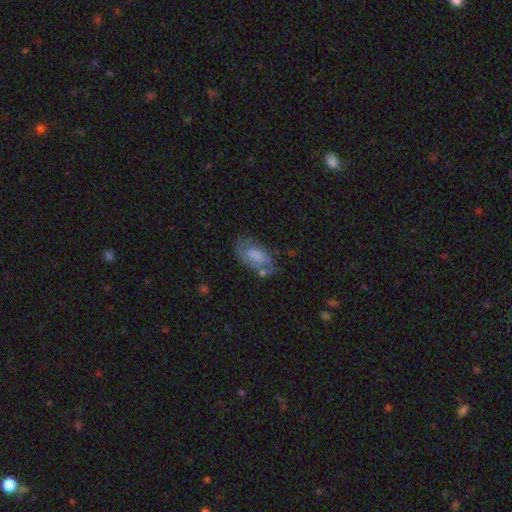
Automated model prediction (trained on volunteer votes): smooth 56%, featured or disk 36%, star or artifact 7%. Down the decision tree: how rounded — in between (91%); merging — none (51%).